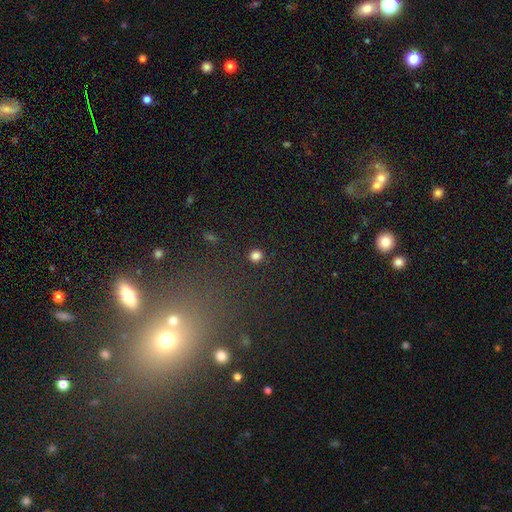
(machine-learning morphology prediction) A smooth galaxy with no disk features (82%) that is round (90%).

Vote fractions:
- Smooth or featured? smooth: 82% / star or artifact: 14% / featured or disk: 4%
- How rounded? round: 90% / in between: 9% / cigar-shaped: 1%
- Merging? none: 91% / minor disturbance: 5% / major disturbance: 2% / merger: 1%